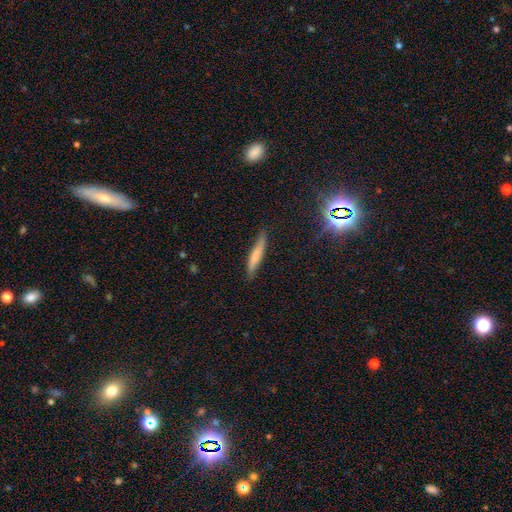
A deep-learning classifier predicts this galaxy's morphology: smooth 72%, featured or disk 20%, star or artifact 8%. Down the decision tree: how rounded — cigar-shaped (90%); merging — none (80%).